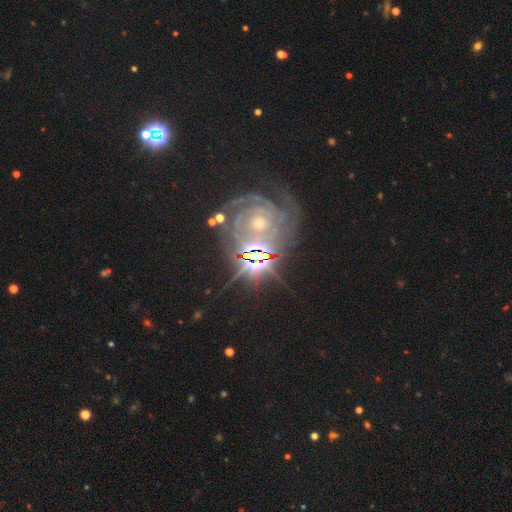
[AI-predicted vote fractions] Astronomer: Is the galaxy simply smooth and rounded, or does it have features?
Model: featured or disk — 59%.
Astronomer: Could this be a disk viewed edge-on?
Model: no — 95%.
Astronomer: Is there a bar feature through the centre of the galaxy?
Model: no — 69%.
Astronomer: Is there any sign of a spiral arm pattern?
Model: yes — 83%.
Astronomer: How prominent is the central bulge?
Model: small — 64%.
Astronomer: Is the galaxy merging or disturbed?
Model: none — 54%.